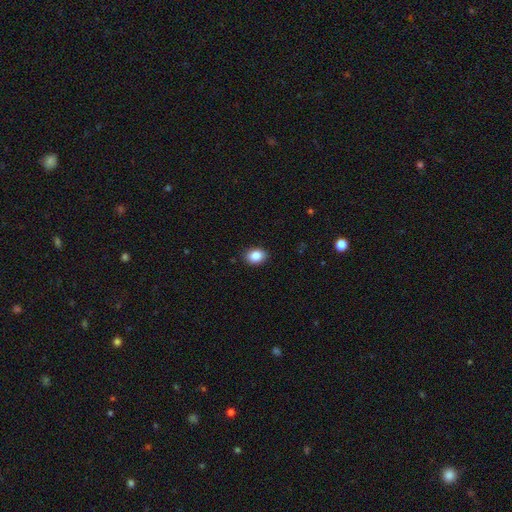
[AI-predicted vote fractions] Smooth or featured: smooth — 87% (star or artifact — 9%)
How rounded: in between — 61% (round — 38%)
Merging: none — 89% (minor disturbance — 8%)